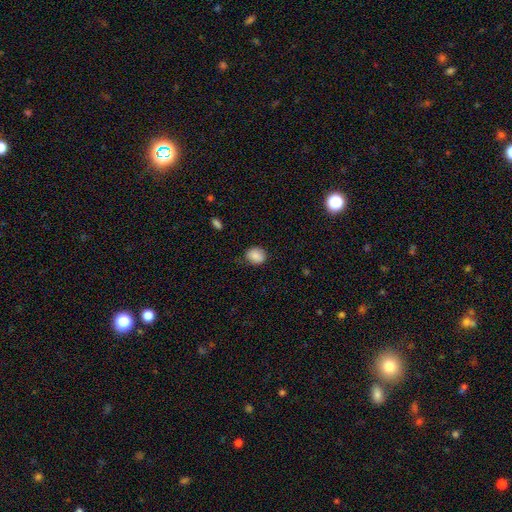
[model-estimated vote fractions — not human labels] Smooth or featured: smooth — 85% (star or artifact — 9%)
How rounded: round — 63% (in between — 36%)
Merging: none — 75% (minor disturbance — 20%)